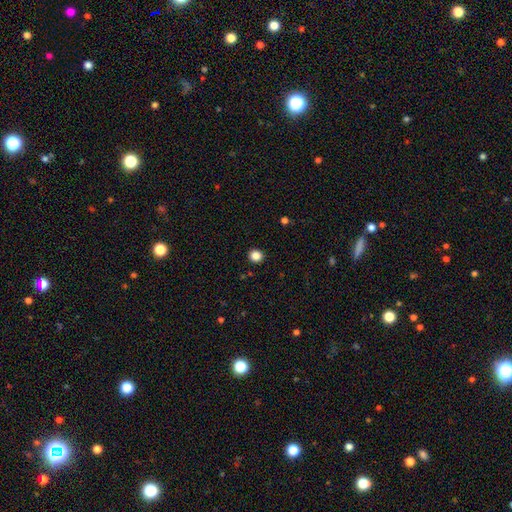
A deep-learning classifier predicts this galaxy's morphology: type=smooth (85%); roundness=round (90%); merging=none (93%).